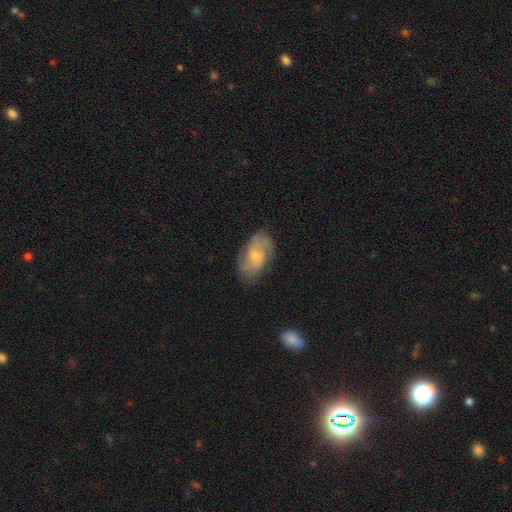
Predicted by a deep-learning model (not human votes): A featured or disk galaxy (58%) with no bar (57%), spiral arms (85%) and a small central bulge (49%).

Vote fractions:
- Smooth or featured? featured or disk: 58% / smooth: 35% / star or artifact: 7%
- Edge-on disk? no: 96% / yes: 4%
- Bar? no: 57% / weak: 38% / strong: 5%
- Spiral arms? yes: 85% / no: 15%
- Bulge size? small: 49% / moderate: 36% / none: 10% / large: 4% / dominant: 1%
- Merging? none: 67% / minor disturbance: 22% / major disturbance: 9% / merger: 2%